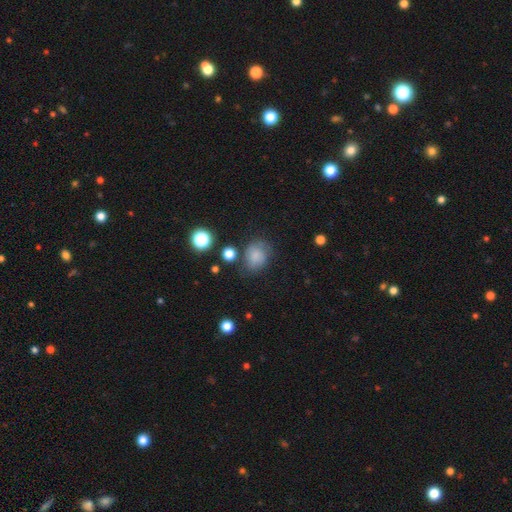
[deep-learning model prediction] smooth_or_featured: smooth (p=0.68) [alt: featured or disk p=0.19]
how_rounded: round (p=0.53) [alt: in between p=0.46]
merging: none (p=0.59) [alt: minor disturbance p=0.25]